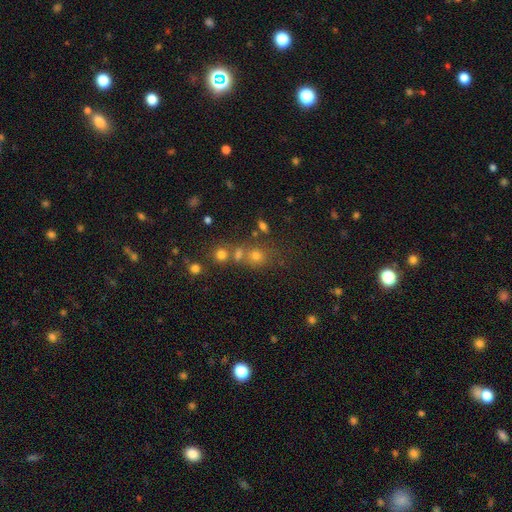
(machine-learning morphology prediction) smooth_or_featured: smooth (p=0.62) [alt: star or artifact p=0.26]
how_rounded: round (p=0.75) [alt: in between p=0.23]
merging: none (p=0.54) [alt: merger p=0.31]